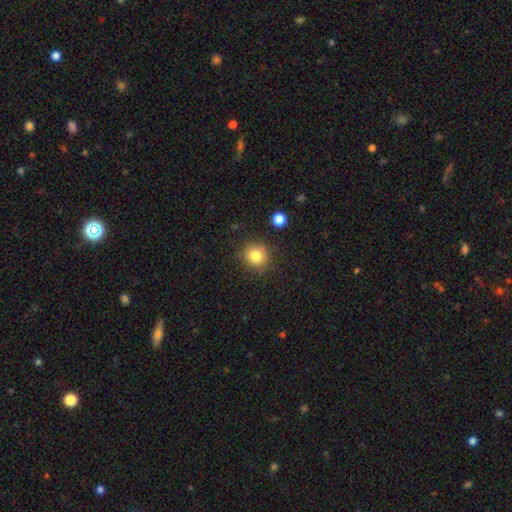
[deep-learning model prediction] Smooth or featured? smooth (81%)
How rounded? round (89%)
Merging? none (84%)